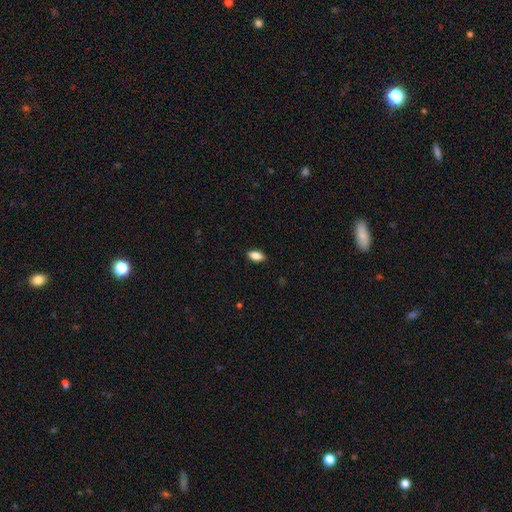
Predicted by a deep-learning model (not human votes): Q: Smooth or featured?
A: smooth (85%); runner-up: star or artifact (8%)
Q: How rounded?
A: in between (89%); runner-up: cigar-shaped (7%)
Q: Merging?
A: none (87%); runner-up: minor disturbance (10%)